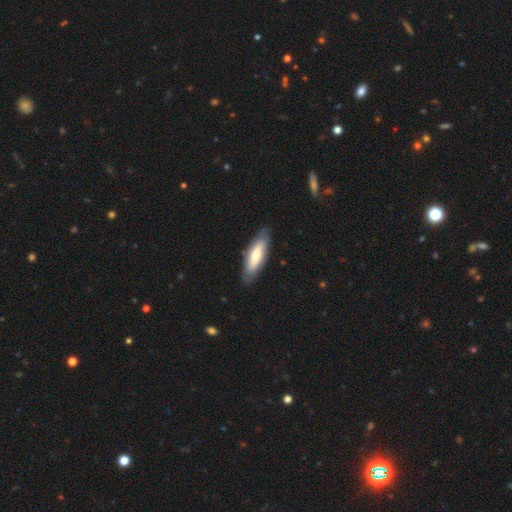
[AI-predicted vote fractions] Smooth or featured? smooth (62%)
How rounded? in between (52%)
Merging? none (83%)